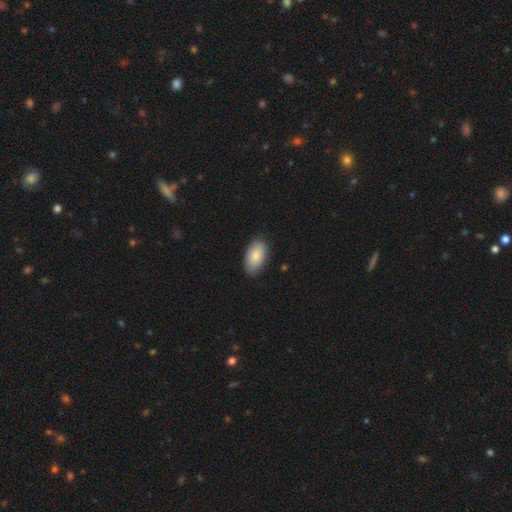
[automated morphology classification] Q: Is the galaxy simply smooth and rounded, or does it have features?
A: smooth — 84%.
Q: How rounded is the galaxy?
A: in between — 95%.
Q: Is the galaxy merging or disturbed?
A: none — 85%.